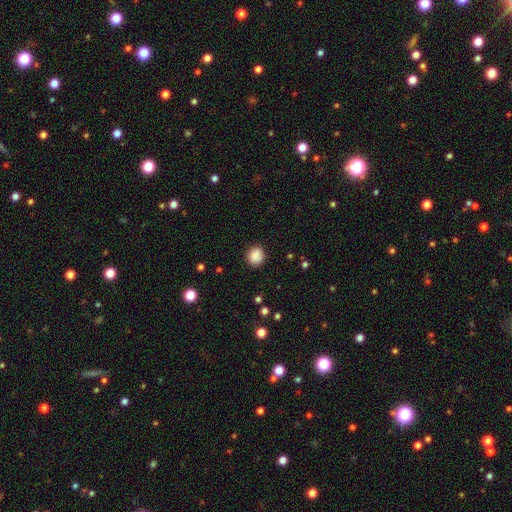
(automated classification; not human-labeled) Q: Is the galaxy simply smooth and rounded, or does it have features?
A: smooth — 87%.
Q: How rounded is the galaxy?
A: round — 79%.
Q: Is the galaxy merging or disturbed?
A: none — 85%.